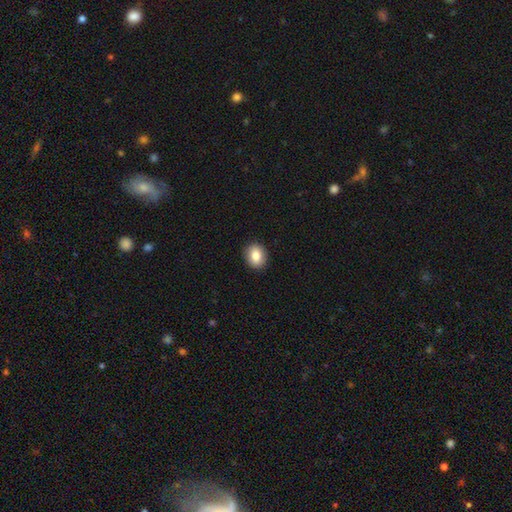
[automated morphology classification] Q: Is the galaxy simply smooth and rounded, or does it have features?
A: smooth — 84%.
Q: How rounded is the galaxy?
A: in between — 50%.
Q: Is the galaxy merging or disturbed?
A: none — 91%.